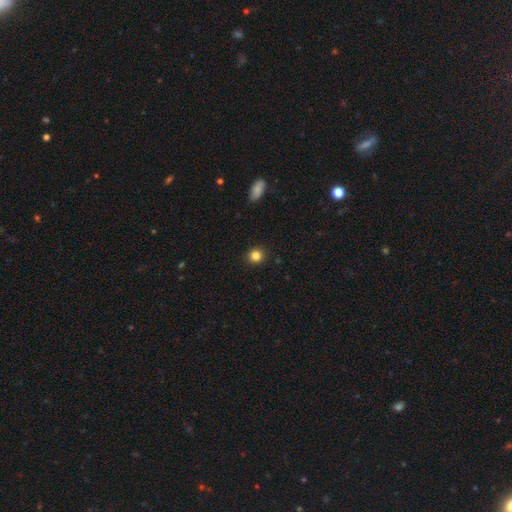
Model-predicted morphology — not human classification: smooth_or_featured: smooth (p=0.84) [alt: star or artifact p=0.12]
how_rounded: round (p=0.90) [alt: in between p=0.09]
merging: none (p=0.92) [alt: minor disturbance p=0.06]